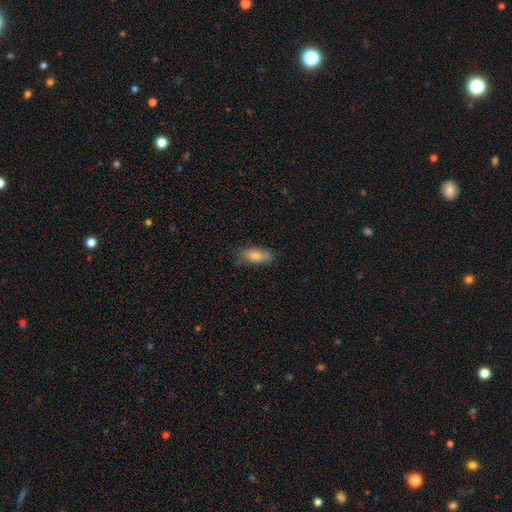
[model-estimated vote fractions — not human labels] Smooth or featured? smooth (82%)
How rounded? in between (76%)
Merging? none (76%)